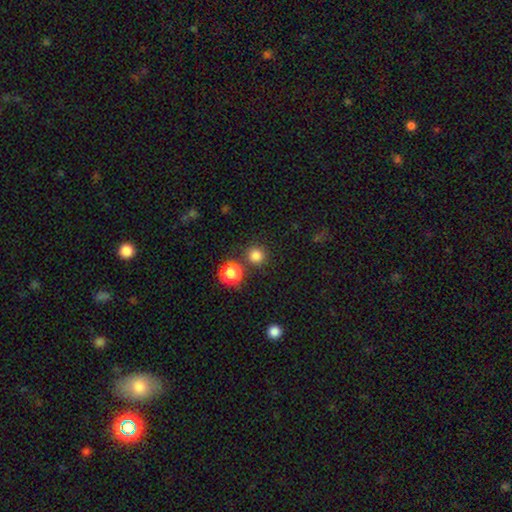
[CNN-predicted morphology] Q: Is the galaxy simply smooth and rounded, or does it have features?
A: smooth — 82%.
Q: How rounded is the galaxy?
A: round — 93%.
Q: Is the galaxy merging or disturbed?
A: none — 79%.